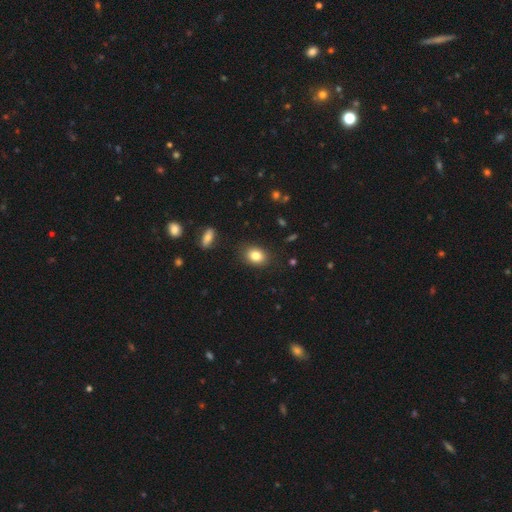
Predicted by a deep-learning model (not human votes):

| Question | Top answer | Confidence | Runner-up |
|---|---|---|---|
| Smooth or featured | smooth | 83% | star or artifact (9%) |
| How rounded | in between | 65% | round (34%) |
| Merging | none | 87% | minor disturbance (9%) |